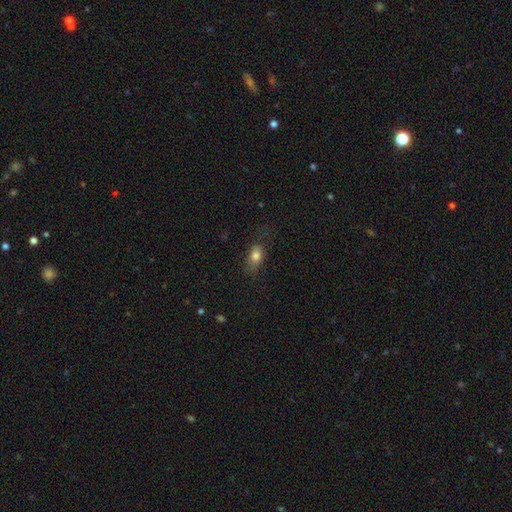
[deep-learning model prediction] The model was most divided on "merging": none: 65%, minor disturbance: 24%, major disturbance: 10%, merger: 1%. More confident: how rounded — in between (84%); smooth or featured — smooth (80%).